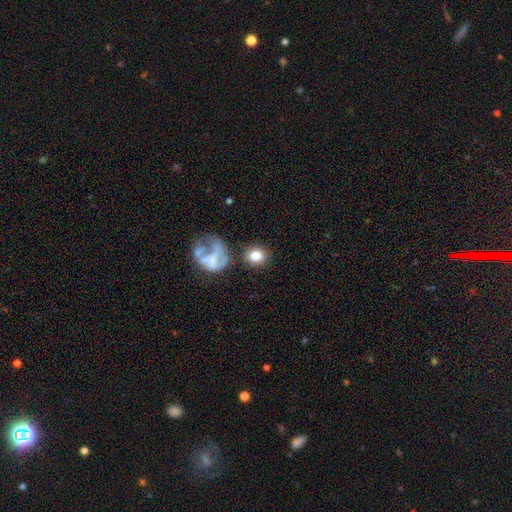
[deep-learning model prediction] This is likely a smooth galaxy (76%). How rounded: likely round (73%). Merging: likely none (66%).